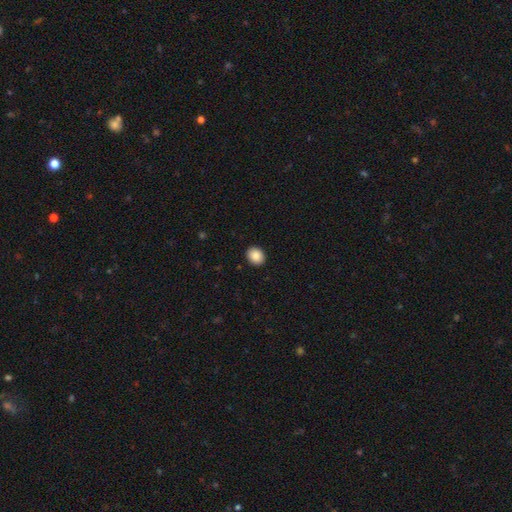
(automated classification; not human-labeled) Smooth or featured?
  - smooth: 88% *
  - star or artifact: 8%
  - featured or disk: 4%
How rounded?
  - round: 58% *
  - in between: 41%
  - cigar-shaped: 1%
Merging?
  - none: 92% *
  - minor disturbance: 6%
  - major disturbance: 2%
  - merger: 1%